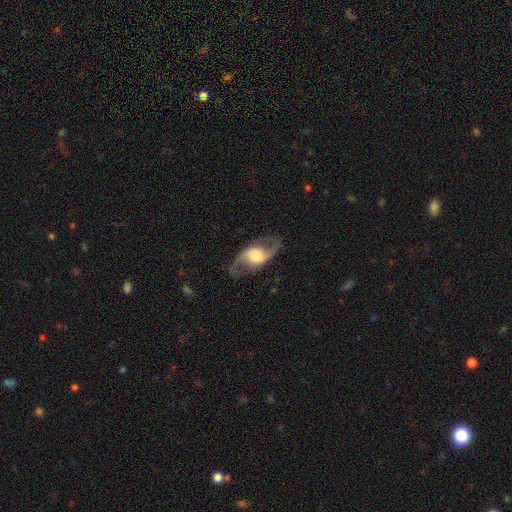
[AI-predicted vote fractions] Smooth or featured? featured or disk (83%)
Edge-on disk? no (92%)
Bar? no (60%)
Spiral arms? yes (91%)
Spiral winding? loose (51%)
Spiral arm count? 2 (93%)
Bulge size? large (50%)
Merging? none (79%)